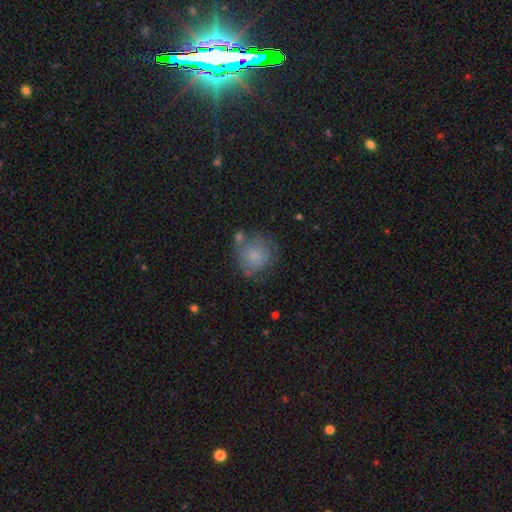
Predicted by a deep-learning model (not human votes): A smooth galaxy with no disk features (70%) that is round (85%). Merging: none (53%).